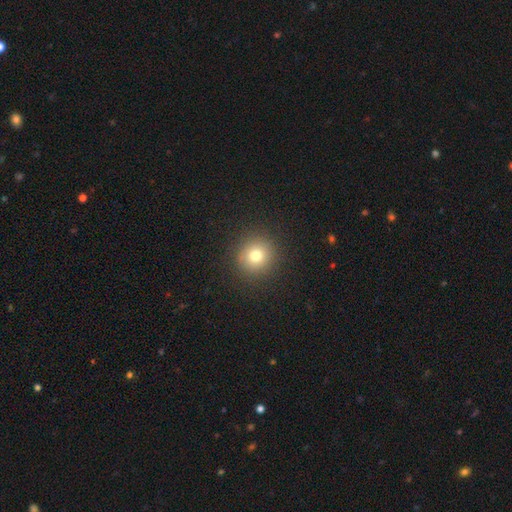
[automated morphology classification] Smooth or featured? Predicted: smooth (p=0.75). How rounded? Predicted: round (p=0.93). Merging? Predicted: none (p=0.90).